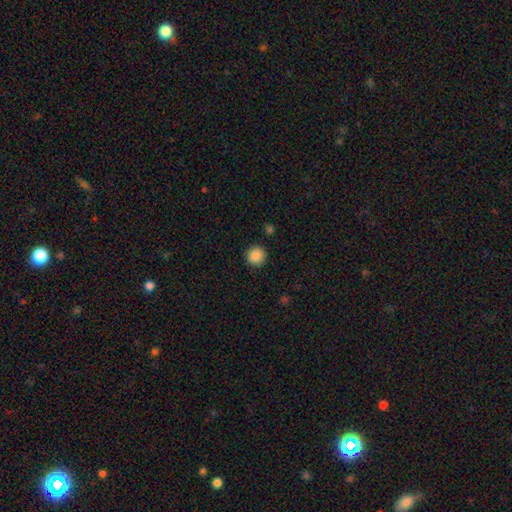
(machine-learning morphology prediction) Smooth or featured: smooth — 88% (star or artifact — 9%)
How rounded: round — 93% (in between — 6%)
Merging: none — 91% (minor disturbance — 6%)